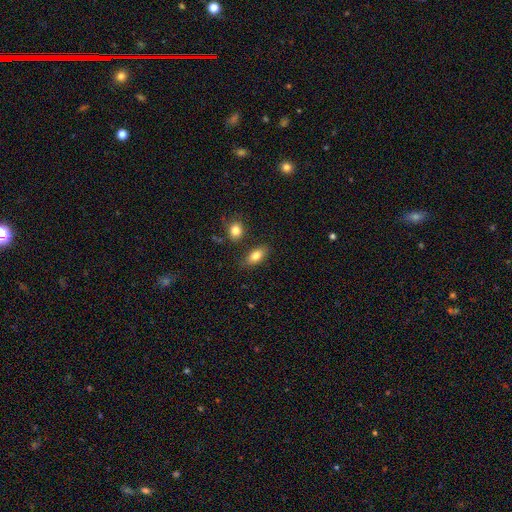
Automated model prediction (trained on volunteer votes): Overall: smooth (82%). How rounded: in between (87%). Merging: none (79%).